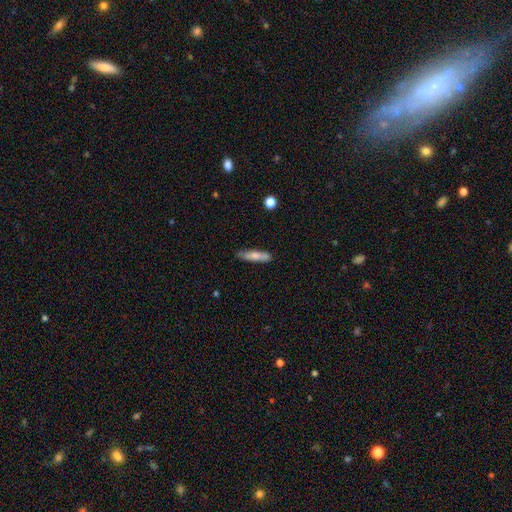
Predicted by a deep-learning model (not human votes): A smooth galaxy with no disk features (69%) that is cigar-shaped (82%). Merging: none (78%).